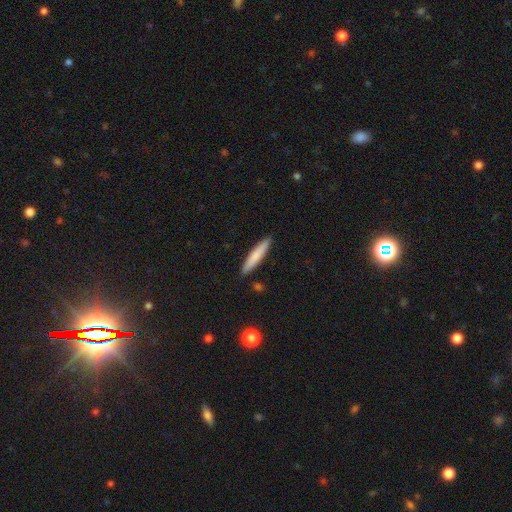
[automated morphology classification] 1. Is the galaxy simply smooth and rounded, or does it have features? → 75% smooth, 19% featured or disk, 6% star or artifact.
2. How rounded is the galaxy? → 92% cigar-shaped, 7% in between, 1% round.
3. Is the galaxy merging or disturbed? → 90% none, 7% minor disturbance, 2% merger, 1% major disturbance.